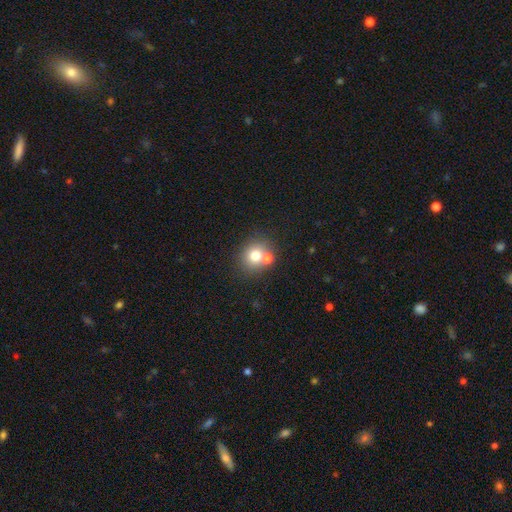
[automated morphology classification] A smooth galaxy with no disk features (73%) that is round (80%).

Vote fractions:
- Smooth or featured? smooth: 73% / featured or disk: 14% / star or artifact: 13%
- How rounded? round: 80% / in between: 19% / cigar-shaped: 1%
- Merging? none: 58% / merger: 31% / minor disturbance: 8% / major disturbance: 3%